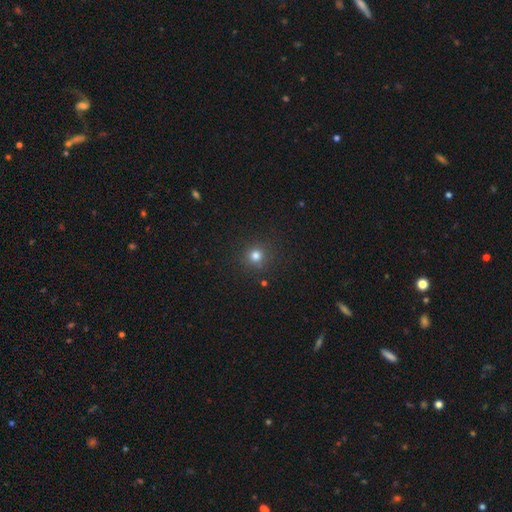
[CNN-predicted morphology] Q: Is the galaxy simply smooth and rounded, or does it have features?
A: smooth — 79%.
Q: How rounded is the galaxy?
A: round — 92%.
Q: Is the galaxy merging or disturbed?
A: none — 88%.